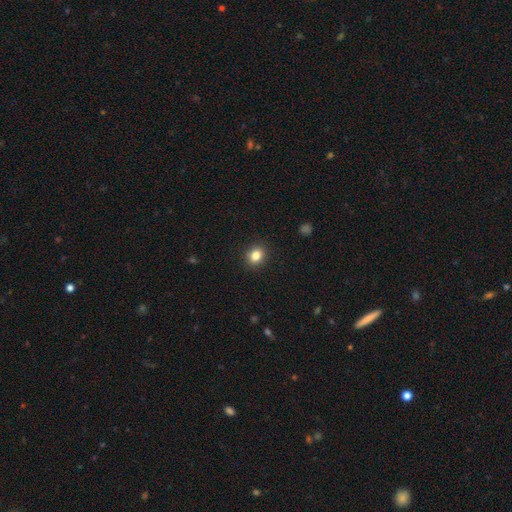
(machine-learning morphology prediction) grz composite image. It shows a smooth galaxy with no disk features (83%) that is round (61%). Merging: none (90%).